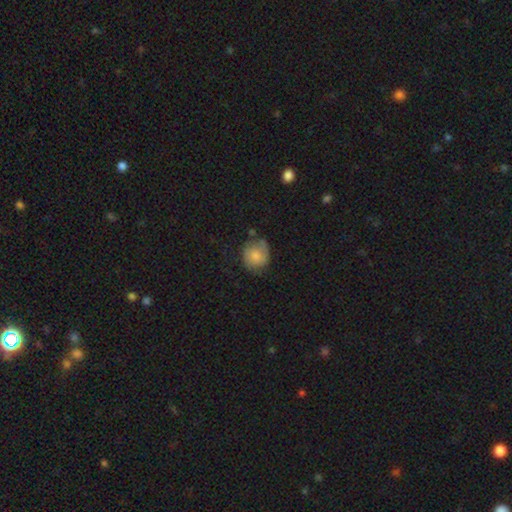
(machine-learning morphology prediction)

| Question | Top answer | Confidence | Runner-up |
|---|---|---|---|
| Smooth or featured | smooth | 65% | featured or disk (27%) |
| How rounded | round | 81% | in between (19%) |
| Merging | none | 57% | minor disturbance (28%) |